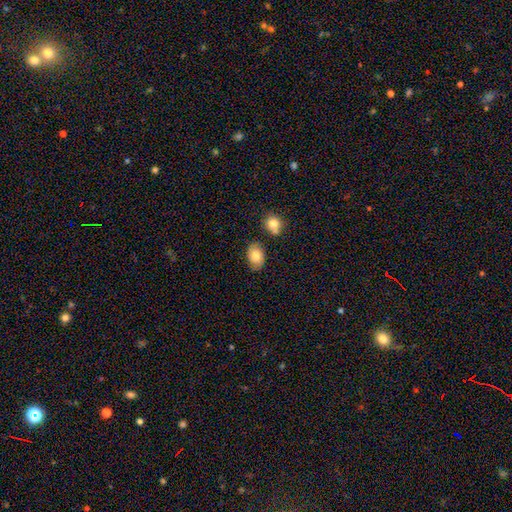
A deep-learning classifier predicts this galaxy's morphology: A smooth galaxy with no disk features (76%) that is in between round and cigar-shaped (79%). Merging: none (74%).